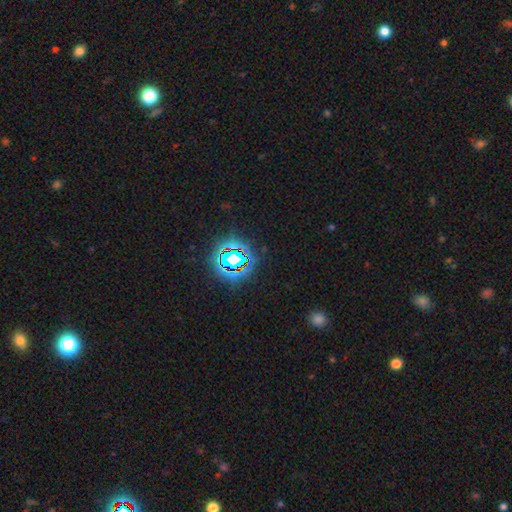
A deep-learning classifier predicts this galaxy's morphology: This is likely a star or artifact rather than a galaxy (77%).